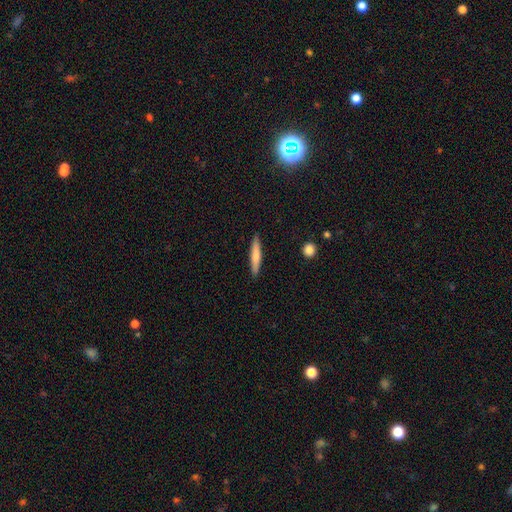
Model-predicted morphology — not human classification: Smooth or featured? Predicted: smooth (p=0.70). How rounded? Predicted: cigar-shaped (p=0.90). Merging? Predicted: none (p=0.90).